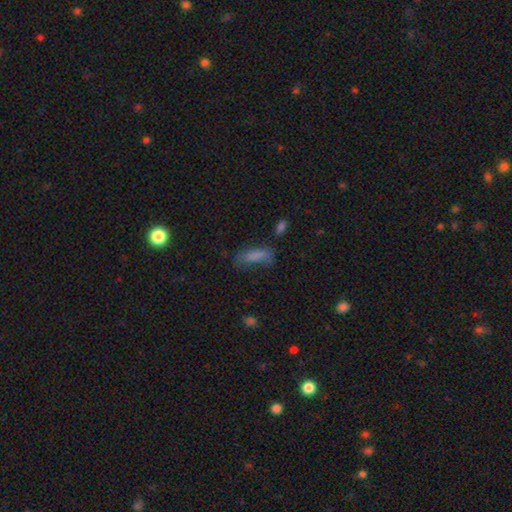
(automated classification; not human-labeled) The model was most divided on "merging": none: 47%, minor disturbance: 29%, major disturbance: 18%, merger: 6%. More confident: smooth or featured — smooth (77%); how rounded — in between (59%).